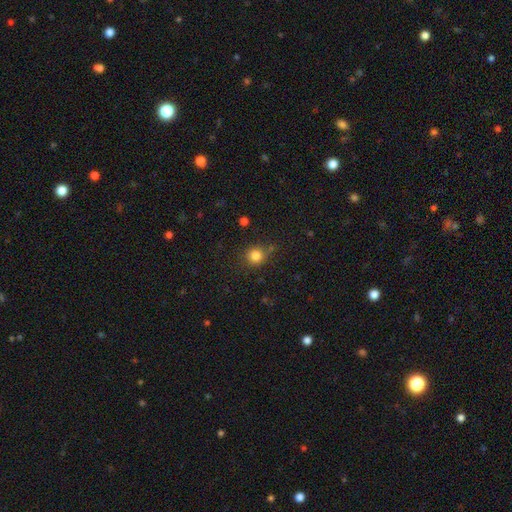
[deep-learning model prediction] Smooth or featured: smooth — 83% (star or artifact — 12%)
How rounded: round — 89% (in between — 10%)
Merging: none — 76% (minor disturbance — 15%)